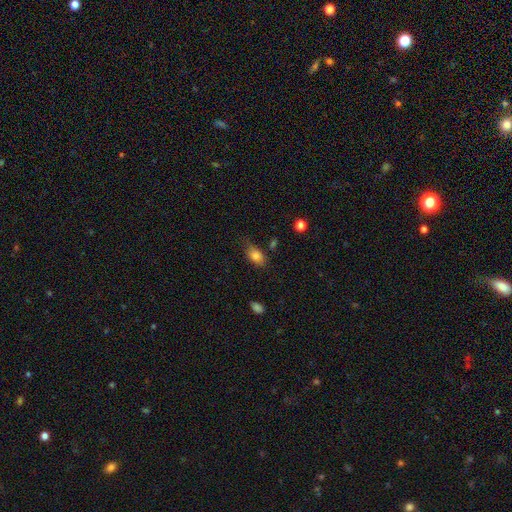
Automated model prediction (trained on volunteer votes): Q: Smooth or featured?
A: smooth (81%); runner-up: featured or disk (10%)
Q: How rounded?
A: in between (86%); runner-up: round (10%)
Q: Merging?
A: none (62%); runner-up: minor disturbance (28%)